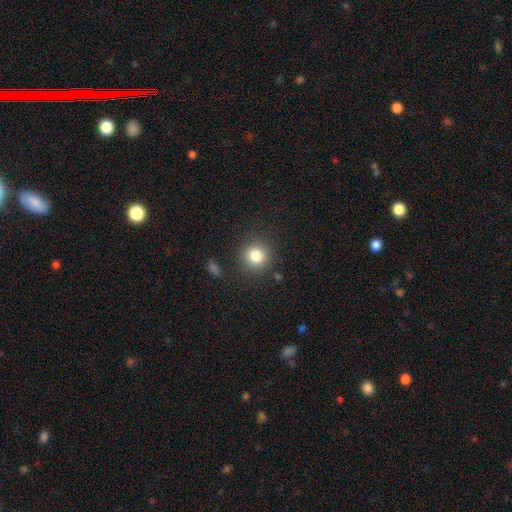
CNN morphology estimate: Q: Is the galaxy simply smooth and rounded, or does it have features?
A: smooth — 82%.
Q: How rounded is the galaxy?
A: round — 91%.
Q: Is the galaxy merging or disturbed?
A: none — 86%.